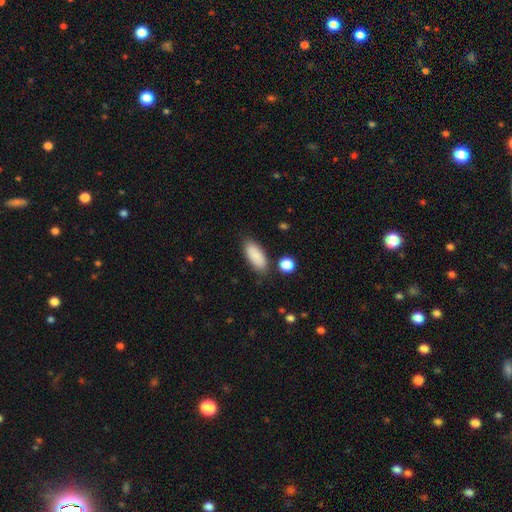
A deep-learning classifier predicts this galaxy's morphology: The model was most divided on "how rounded": in between: 83%, cigar-shaped: 15%, round: 2%. More confident: smooth or featured — smooth (88%); merging — none (82%).